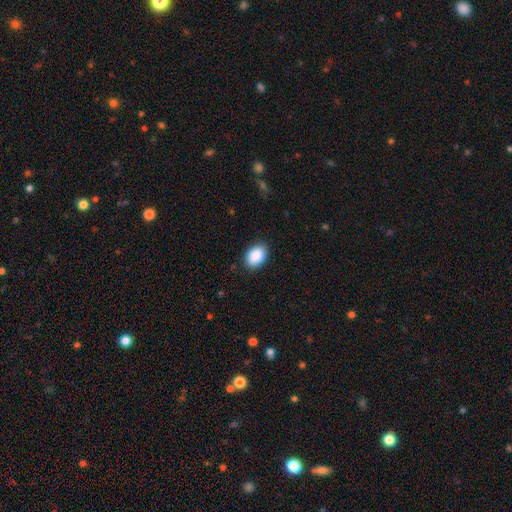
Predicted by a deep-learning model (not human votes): Smooth or featured? Predicted: smooth (p=0.90). How rounded? Predicted: in between (p=0.80). Merging? Predicted: none (p=0.87).